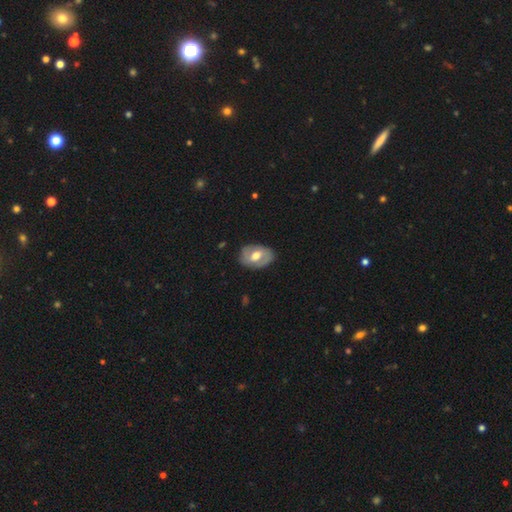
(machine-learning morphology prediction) type=featured or disk (56%); edge-on=no (94%); bar=weak (42%, tied with no); spiral arms=yes (56%); bulge=moderate (71%); merging=none (78%).